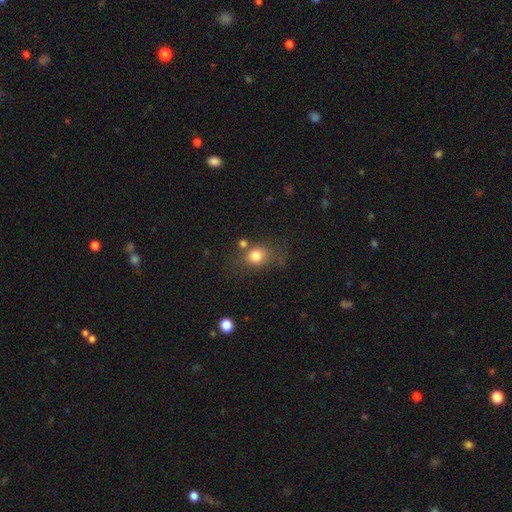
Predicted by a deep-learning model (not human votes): Smooth or featured? smooth (78%)
How rounded? round (69%)
Merging? none (61%)